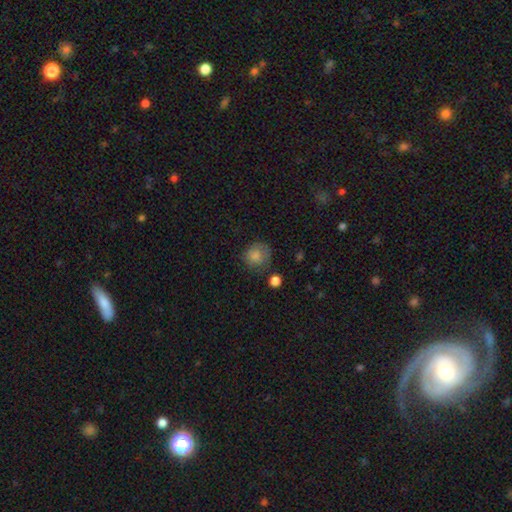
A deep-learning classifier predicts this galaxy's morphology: smooth-or-featured: smooth: 82% | star or artifact: 10% | featured or disk: 9%
  how-rounded: round: 85% | in between: 15% | cigar-shaped: 1%
  merging: none: 64% | minor disturbance: 23% | major disturbance: 9% | merger: 4%